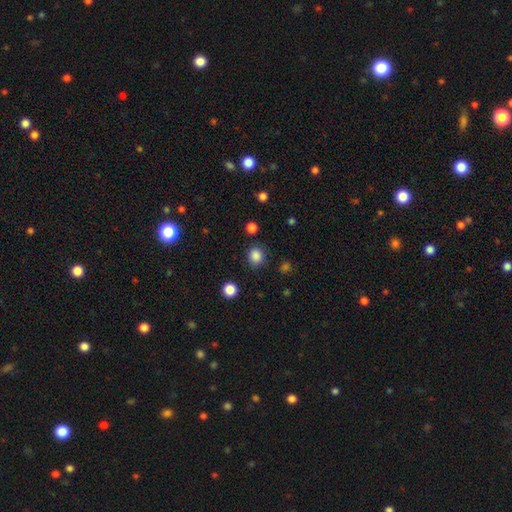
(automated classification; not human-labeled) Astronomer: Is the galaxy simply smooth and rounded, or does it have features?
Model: smooth — 85%.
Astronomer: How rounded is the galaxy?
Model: round — 78%.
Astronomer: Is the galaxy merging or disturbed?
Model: none — 85%.